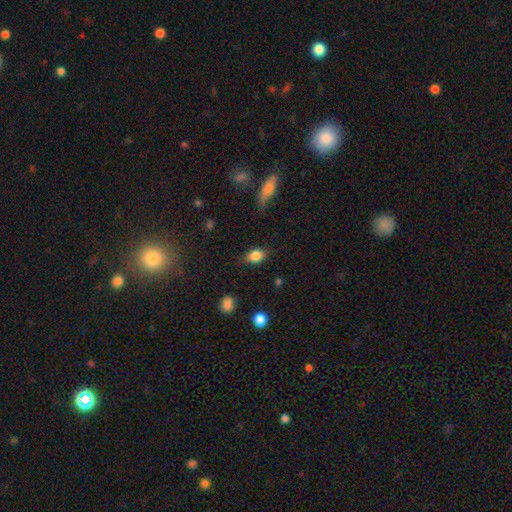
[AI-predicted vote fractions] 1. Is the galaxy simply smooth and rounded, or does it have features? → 81% smooth, 10% featured or disk, 9% star or artifact.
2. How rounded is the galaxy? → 75% in between, 22% round, 3% cigar-shaped.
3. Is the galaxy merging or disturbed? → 75% none, 18% minor disturbance, 5% major disturbance, 2% merger.